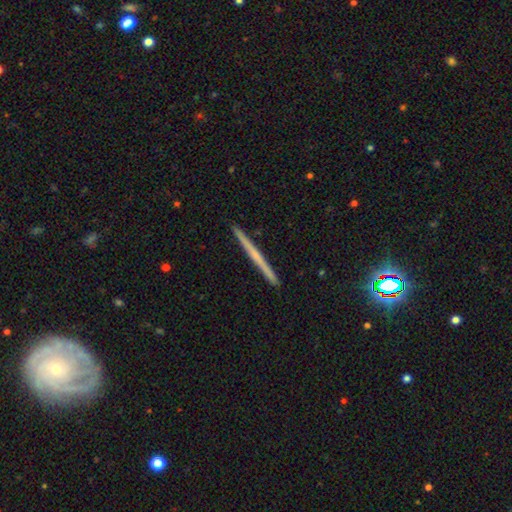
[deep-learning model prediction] Morphology: type=featured or disk (57%); edge-on=yes (98%); edge-on bulge=none (79%); merging=none (93%).